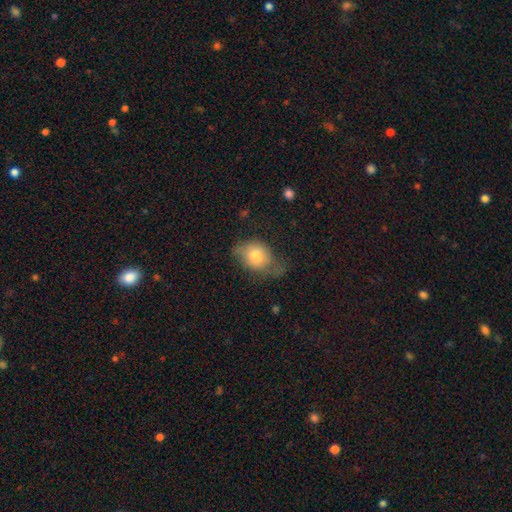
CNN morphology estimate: A smooth galaxy with no disk features (74%) that is in between round and cigar-shaped (60%). Merging: minor disturbance (39%).